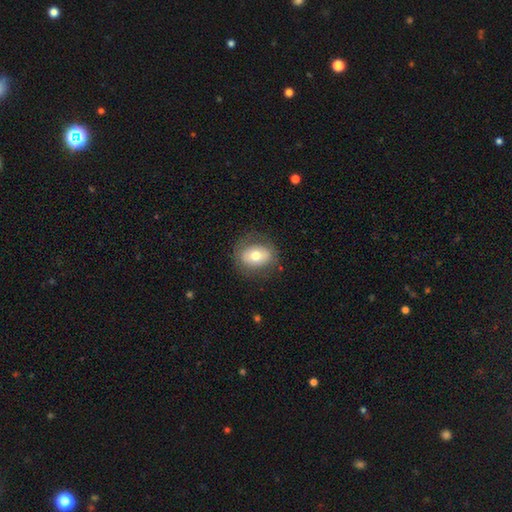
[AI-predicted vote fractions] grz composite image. It shows a smooth galaxy with no disk features (65%) that is in between round and cigar-shaped (58%). Merging: none (78%).